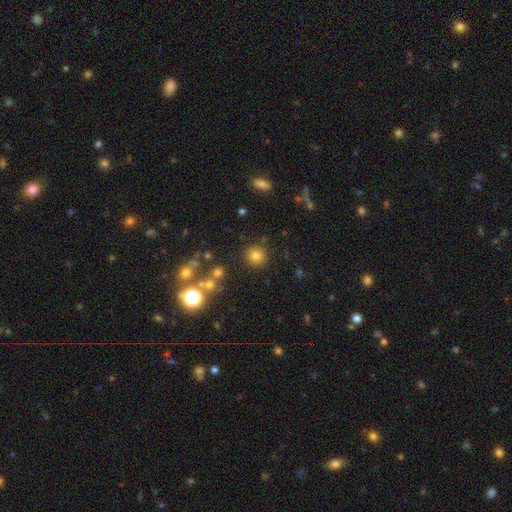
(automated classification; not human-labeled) Morphology: type=smooth (78%); roundness=round (92%); merging=none (87%).